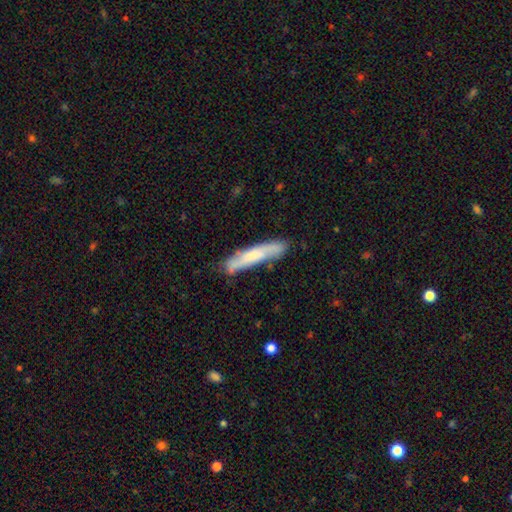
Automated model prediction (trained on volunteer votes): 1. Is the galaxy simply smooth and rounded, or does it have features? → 54% smooth, 39% featured or disk, 7% star or artifact.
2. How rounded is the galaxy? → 91% cigar-shaped, 8% in between, 1% round.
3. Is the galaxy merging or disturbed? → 77% none, 17% minor disturbance, 4% major disturbance, 3% merger.